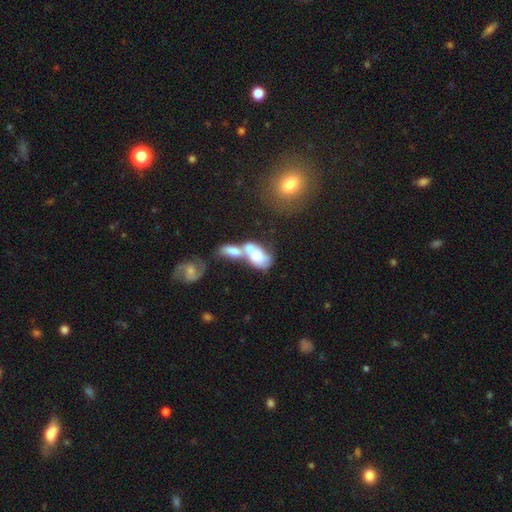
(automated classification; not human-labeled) Morphology: type=smooth (54%); roundness=in between (88%); merging=merger (70%).